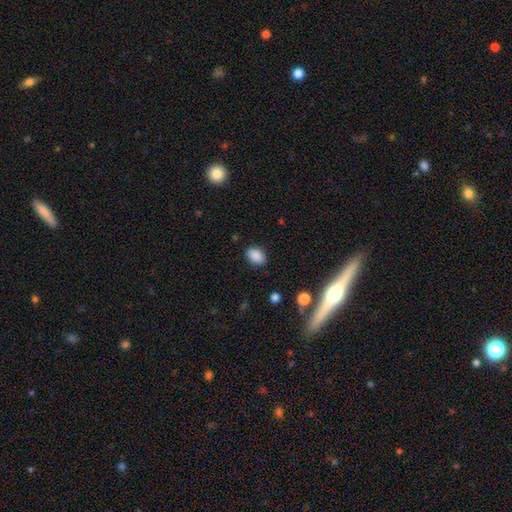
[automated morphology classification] Smooth or featured: smooth — 87% (star or artifact — 10%)
How rounded: in between — 81% (round — 18%)
Merging: none — 85% (minor disturbance — 11%)